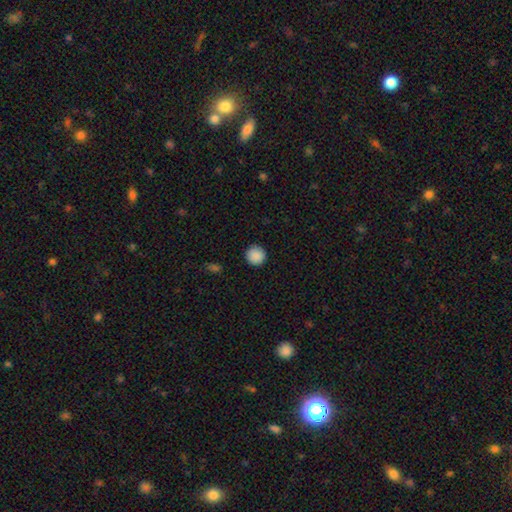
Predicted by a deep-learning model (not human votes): smooth 89%, star or artifact 8%, featured or disk 2%. Down the decision tree: how rounded — round (95%); merging — none (92%).